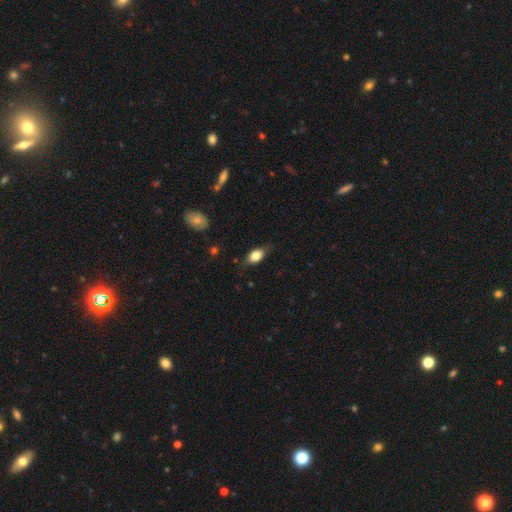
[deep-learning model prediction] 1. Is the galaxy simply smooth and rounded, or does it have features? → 80% smooth, 13% featured or disk, 7% star or artifact.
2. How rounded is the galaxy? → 86% in between, 9% round, 5% cigar-shaped.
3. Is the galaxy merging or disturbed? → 72% none, 22% minor disturbance, 5% major disturbance, 1% merger.